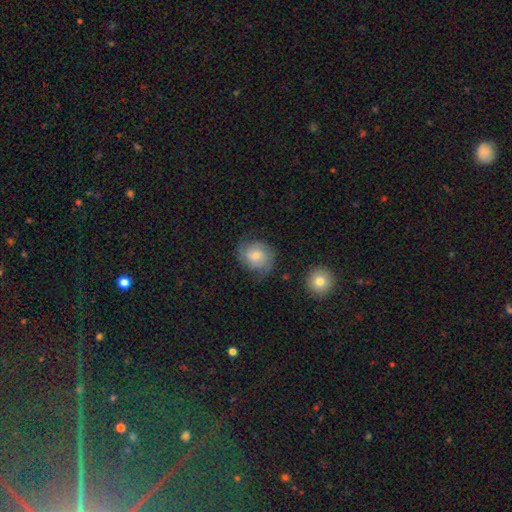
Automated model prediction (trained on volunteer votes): This is possibly a featured or disk galaxy (50%). It is clearly not viewed edge-on (97%). Merging: likely none (64%).